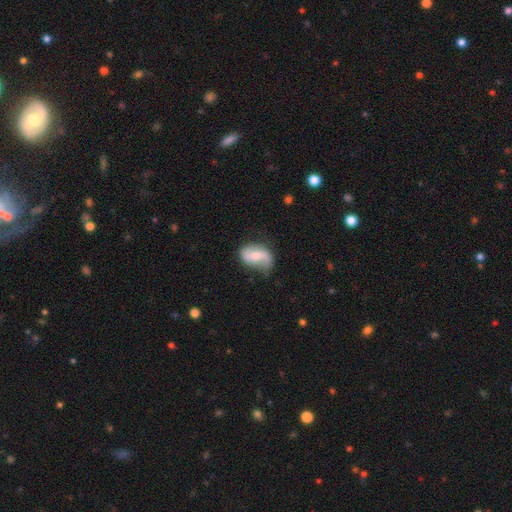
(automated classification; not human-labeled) Smooth or featured? featured or disk (65%)
Edge-on disk? no (96%)
Bar? weak (40%)
Spiral arms? yes (88%)
Spiral winding? loose (68%)
Spiral arm count? 2 (84%)
Bulge size? moderate (54%)
Merging? none (64%)